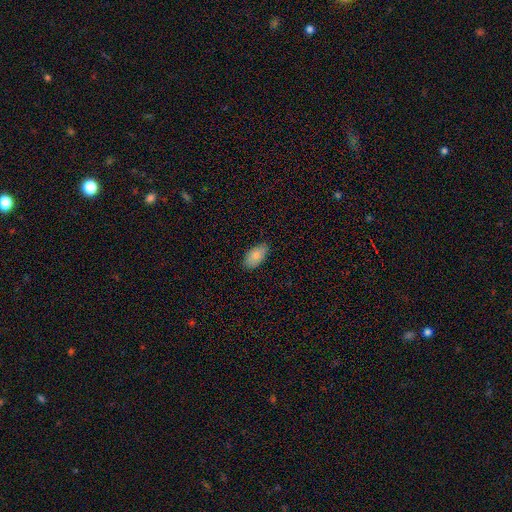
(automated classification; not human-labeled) Smooth or featured? Predicted: smooth (p=0.85). How rounded? Predicted: in between (p=0.94). Merging? Predicted: none (p=0.83).